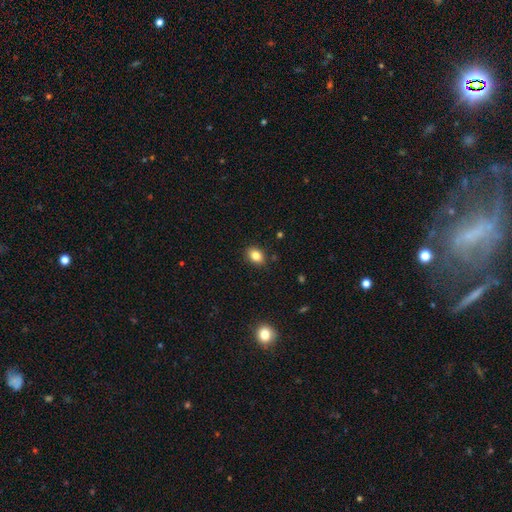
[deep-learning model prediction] Morphology: type=smooth (82%); roundness=in between (67%); merging=none (86%).